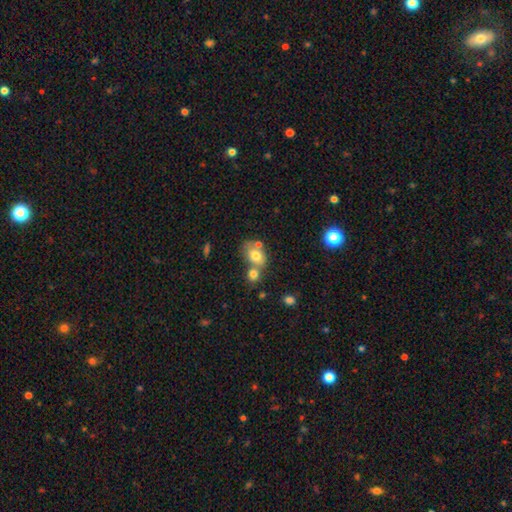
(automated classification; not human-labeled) smooth 71%, featured or disk 19%, star or artifact 10%. Down the decision tree: how rounded — in between (72%); merging — merger (46%).